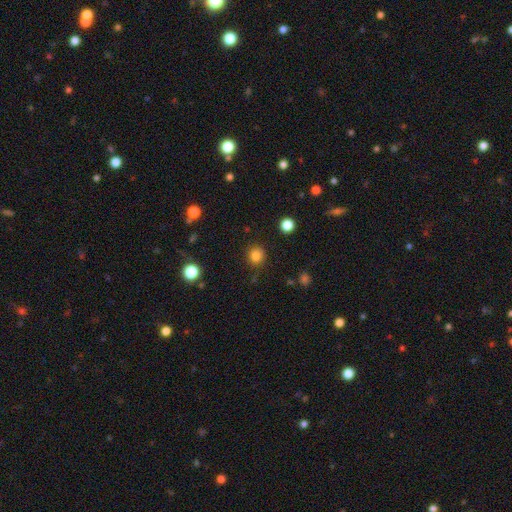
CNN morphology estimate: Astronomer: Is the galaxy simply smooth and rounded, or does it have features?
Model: smooth — 83%.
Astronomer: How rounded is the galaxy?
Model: round — 91%.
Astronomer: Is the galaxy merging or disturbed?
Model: none — 87%.